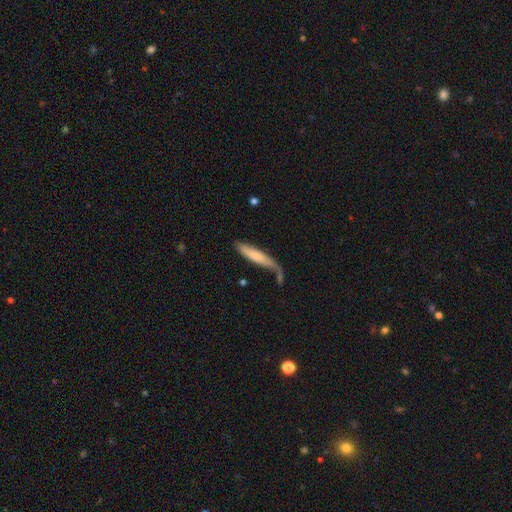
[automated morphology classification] Overall: smooth (66%; featured or disk 29%). How rounded: cigar-shaped (80%). Merging: none (46%; minor disturbance 25%).